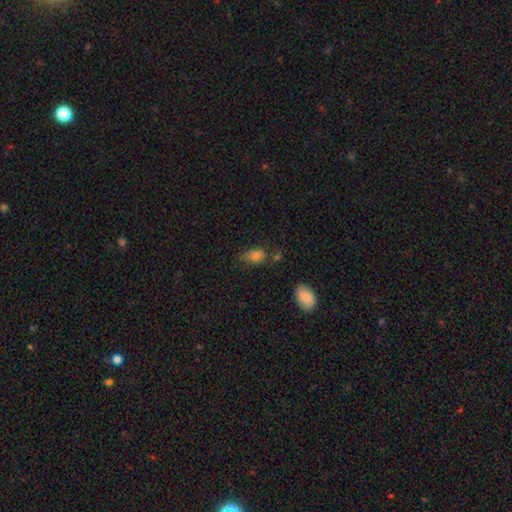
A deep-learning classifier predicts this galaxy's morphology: smooth_or_featured: smooth (p=0.80) [alt: star or artifact p=0.11]
how_rounded: in between (p=0.85) [alt: round p=0.10]
merging: none (p=0.50) [alt: minor disturbance p=0.31]